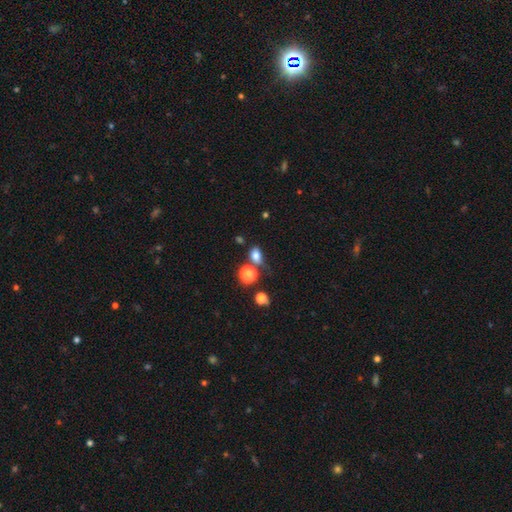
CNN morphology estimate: This appears to be a smooth galaxy with no disk features (78%) that is in between round and cigar-shaped (67%). Merging: none (55%).